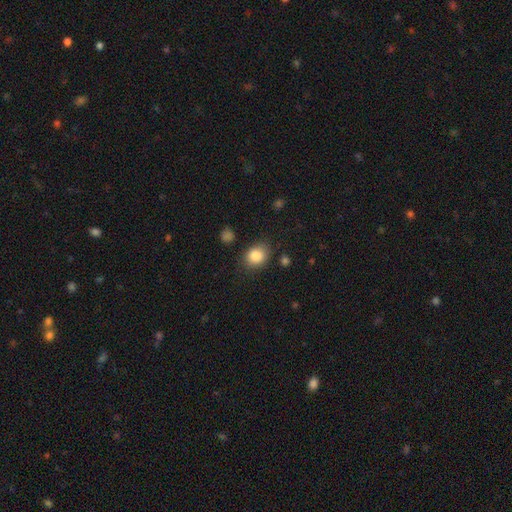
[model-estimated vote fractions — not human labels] The model was most divided on "how rounded": round: 56%, in between: 43%, cigar-shaped: 1%. More confident: smooth or featured — smooth (85%); merging — none (79%).